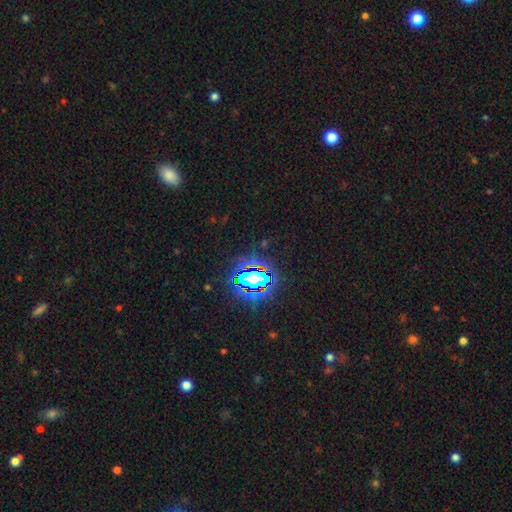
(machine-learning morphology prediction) type=star or artifact (82%).